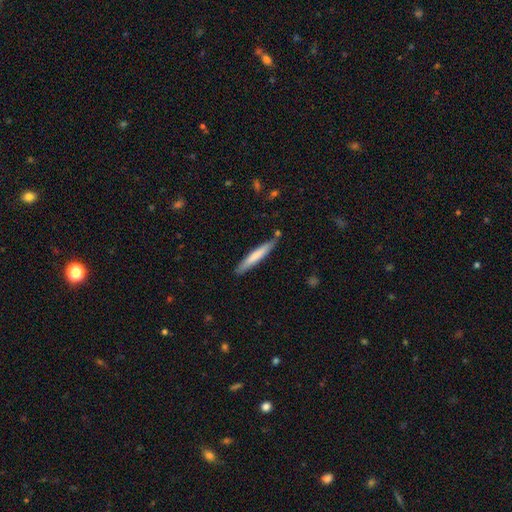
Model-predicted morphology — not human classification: smooth-or-featured: smooth: 67% | featured or disk: 27% | star or artifact: 5%
  how-rounded: cigar-shaped: 95% | in between: 4% | round: 1%
  merging: none: 83% | minor disturbance: 12% | merger: 3% | major disturbance: 2%